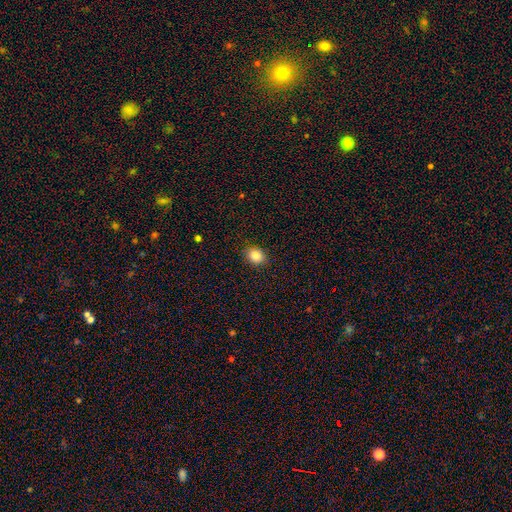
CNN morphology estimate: A smooth galaxy with no disk features (85%) that is round (55%). Merging: none (90%).